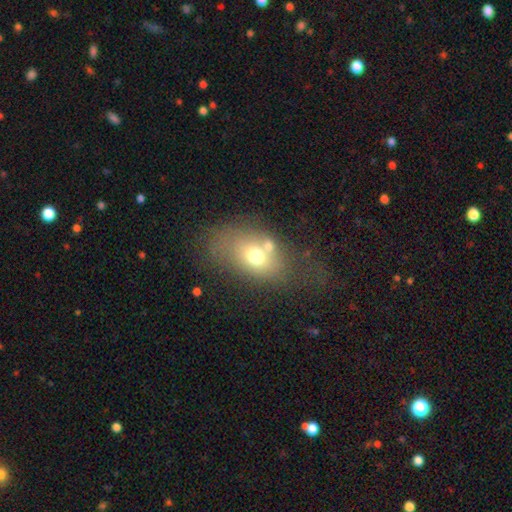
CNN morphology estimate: A smooth galaxy with no disk features (64%) that is in between round and cigar-shaped (73%). Merging: none (49%).